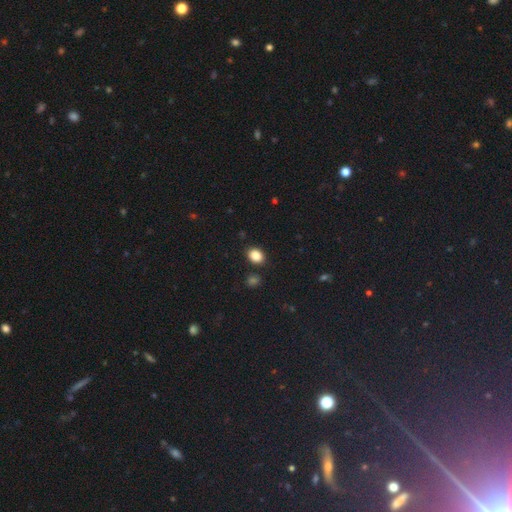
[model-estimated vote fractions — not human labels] Smooth or featured: smooth — 87% (star or artifact — 10%)
How rounded: in between — 60% (round — 39%)
Merging: none — 86% (minor disturbance — 9%)